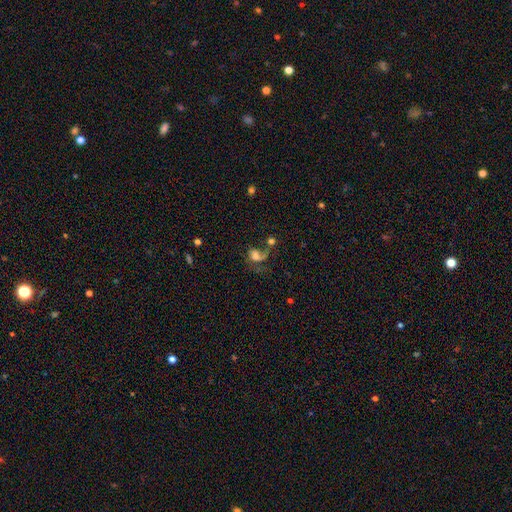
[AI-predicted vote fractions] Smooth or featured: featured or disk — 43% (smooth — 41%)
Merging: major disturbance — 40% (none — 24%)